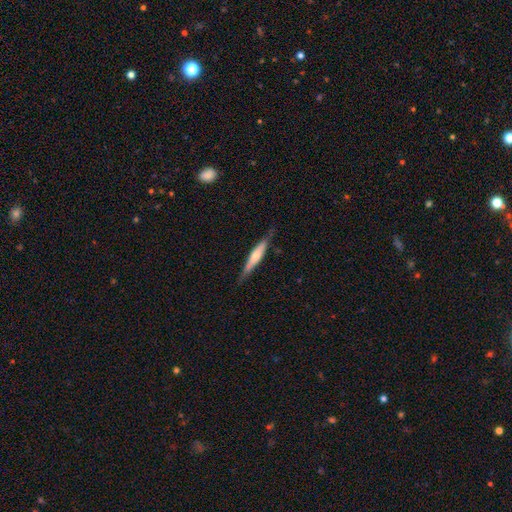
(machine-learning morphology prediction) A featured or disk galaxy (49%).

Vote fractions:
- Smooth or featured? featured or disk: 49% / smooth: 46% / star or artifact: 6%
- Merging? none: 77% / minor disturbance: 18% / major disturbance: 3% / merger: 2%